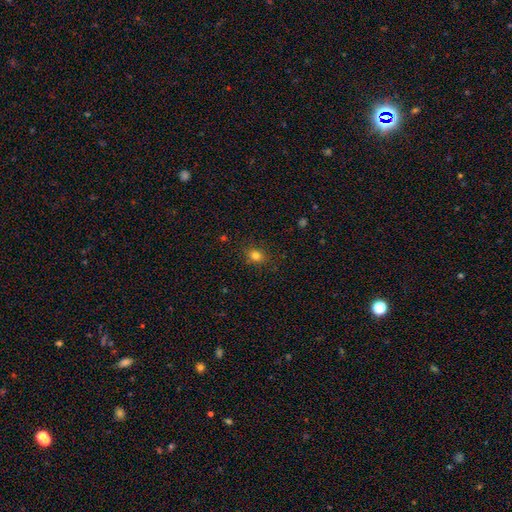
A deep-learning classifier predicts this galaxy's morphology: smooth-or-featured: smooth: 80% | star or artifact: 13% | featured or disk: 7%
  how-rounded: round: 51% | in between: 47% | cigar-shaped: 1%
  merging: none: 86% | minor disturbance: 10% | major disturbance: 3% | merger: 1%